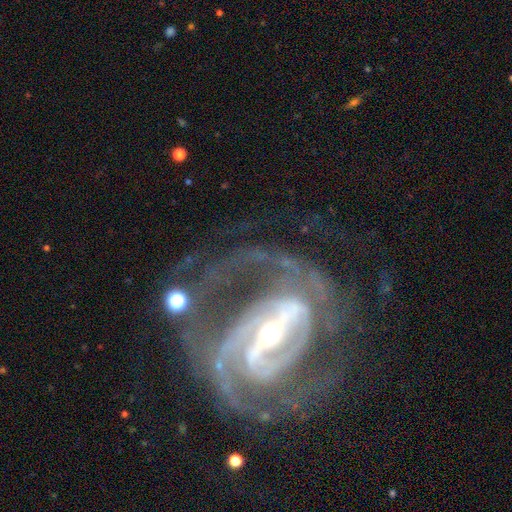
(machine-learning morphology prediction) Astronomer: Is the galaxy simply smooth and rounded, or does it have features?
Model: featured or disk — 91%.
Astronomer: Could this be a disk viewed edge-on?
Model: no — 96%.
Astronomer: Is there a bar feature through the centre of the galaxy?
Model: strong — 75%.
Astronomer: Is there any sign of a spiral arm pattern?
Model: yes — 96%.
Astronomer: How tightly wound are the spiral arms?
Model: medium — 47% (runner-up: tight, 39%).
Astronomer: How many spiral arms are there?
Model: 2 — 58%.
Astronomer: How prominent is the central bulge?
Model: small — 57% (runner-up: moderate, 38%).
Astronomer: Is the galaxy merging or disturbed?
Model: none — 49% (runner-up: major disturbance, 28%).